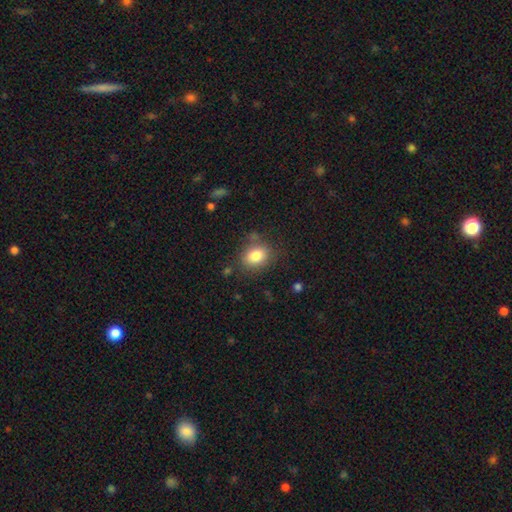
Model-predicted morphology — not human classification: type=smooth (83%); roundness=in between (60%); merging=none (74%).